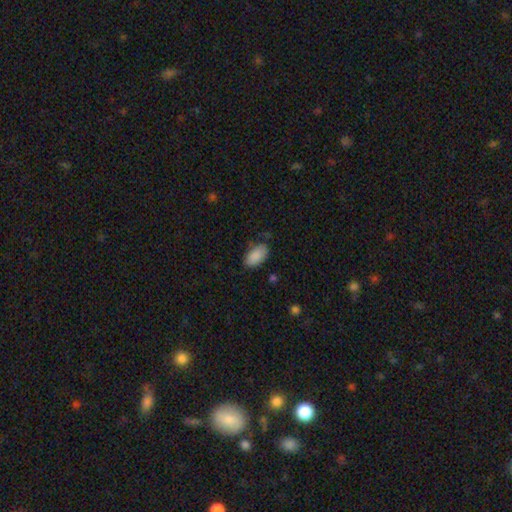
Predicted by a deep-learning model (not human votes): Smooth or featured? Predicted: smooth (p=0.89). How rounded? Predicted: in between (p=0.94). Merging? Predicted: none (p=0.75).